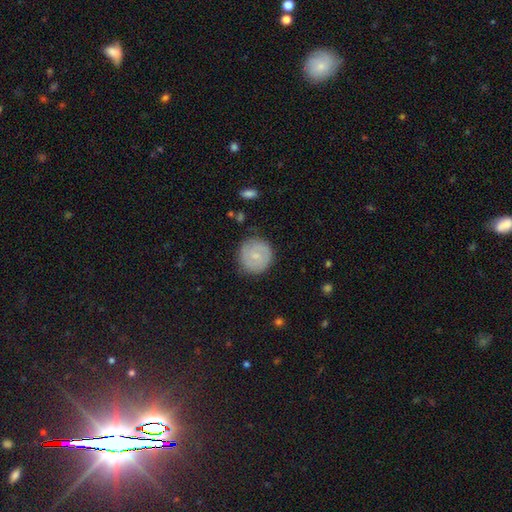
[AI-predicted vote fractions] Q: Smooth or featured?
A: smooth (57%); runner-up: featured or disk (37%)
Q: How rounded?
A: round (91%); runner-up: in between (8%)
Q: Merging?
A: none (82%); runner-up: minor disturbance (13%)